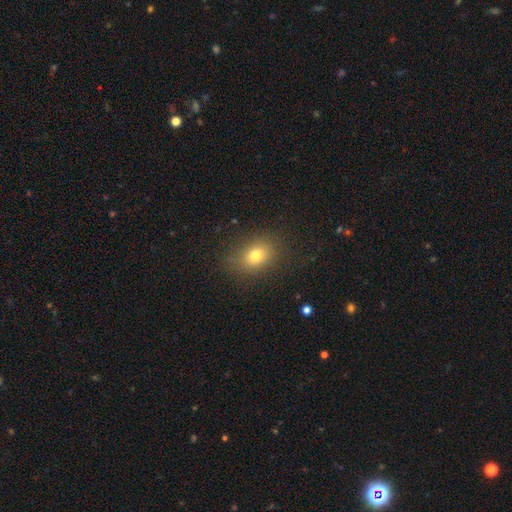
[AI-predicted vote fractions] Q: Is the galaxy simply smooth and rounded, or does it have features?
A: smooth — 76%.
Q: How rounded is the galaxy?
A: in between — 64%.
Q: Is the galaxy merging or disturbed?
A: none — 84%.